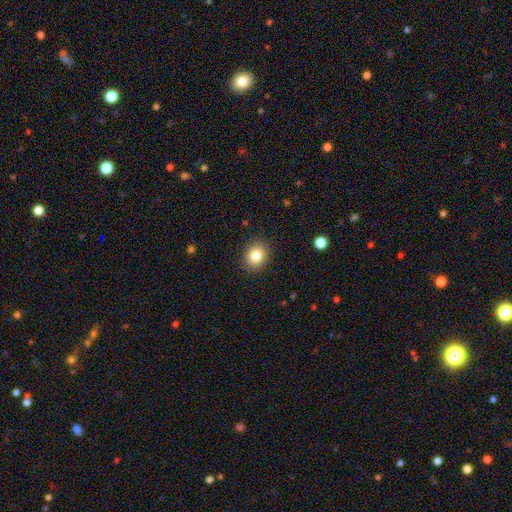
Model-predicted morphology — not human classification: Smooth or featured?
  - smooth: 83% *
  - star or artifact: 10%
  - featured or disk: 7%
How rounded?
  - round: 68% *
  - in between: 31%
  - cigar-shaped: 1%
Merging?
  - none: 89% *
  - minor disturbance: 8%
  - major disturbance: 2%
  - merger: 1%